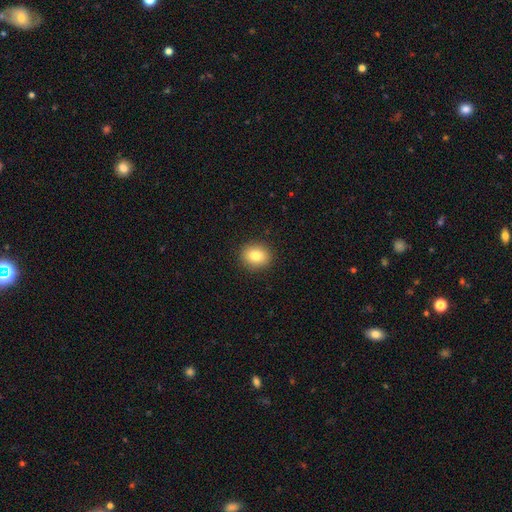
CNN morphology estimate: Smooth or featured? Predicted: smooth (p=0.83). How rounded? Predicted: round (p=0.65). Merging? Predicted: none (p=0.91).